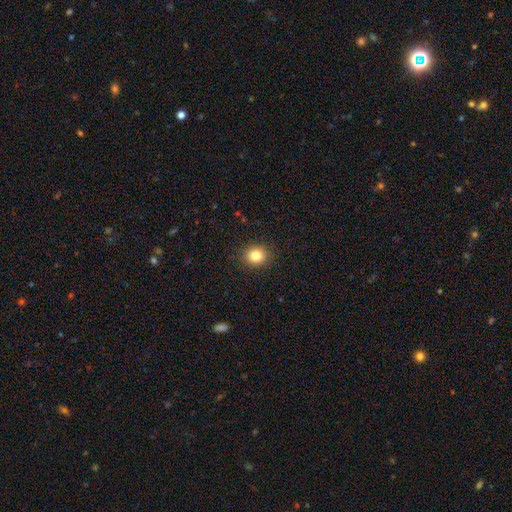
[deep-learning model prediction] smooth_or_featured: smooth (p=0.82) [alt: star or artifact p=0.11]
how_rounded: round (p=0.78) [alt: in between p=0.21]
merging: none (p=0.91) [alt: minor disturbance p=0.06]